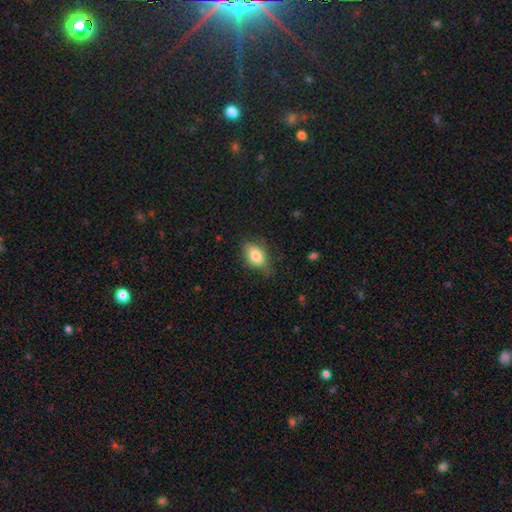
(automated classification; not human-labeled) This is likely a smooth galaxy (79%). How rounded: clearly in between (83%). Merging: likely none (67%).